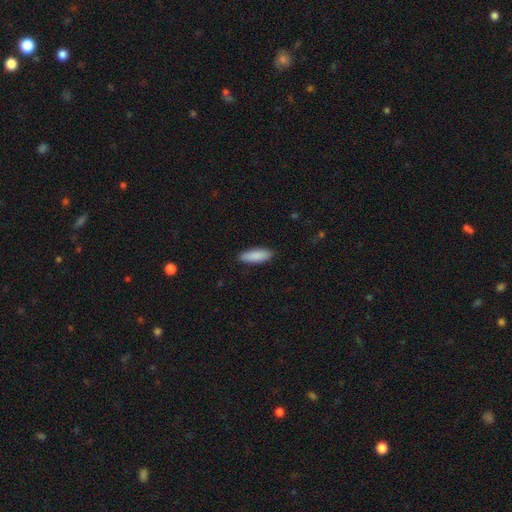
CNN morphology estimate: Q: Smooth or featured?
A: smooth (89%); runner-up: star or artifact (6%)
Q: How rounded?
A: in between (60%); runner-up: cigar-shaped (38%)
Q: Merging?
A: none (89%); runner-up: minor disturbance (9%)